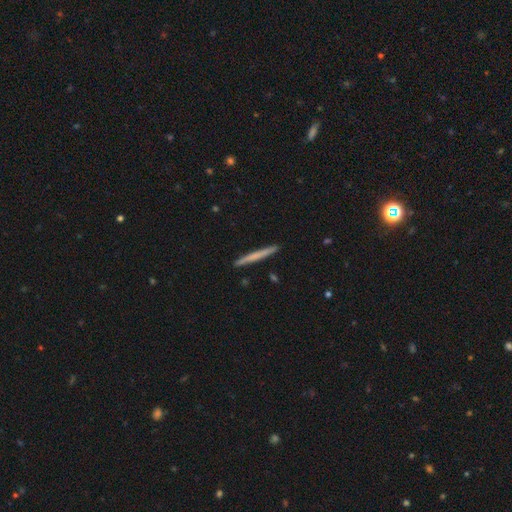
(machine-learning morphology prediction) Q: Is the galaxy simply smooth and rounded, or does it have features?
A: smooth — 56%.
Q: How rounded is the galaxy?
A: cigar-shaped — 97%.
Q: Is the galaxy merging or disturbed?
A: none — 92%.